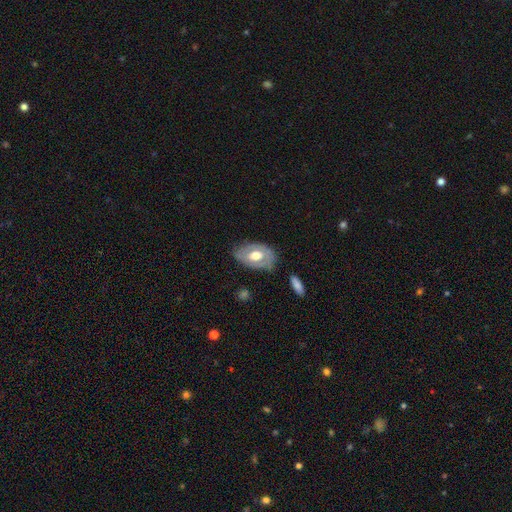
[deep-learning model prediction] featured or disk 57%, smooth 38%, star or artifact 6%. Down the decision tree: edge-on disk — no (90%); bar — no (65%); spiral arms — no (67%); bulge size — moderate (63%); merging — none (67%).